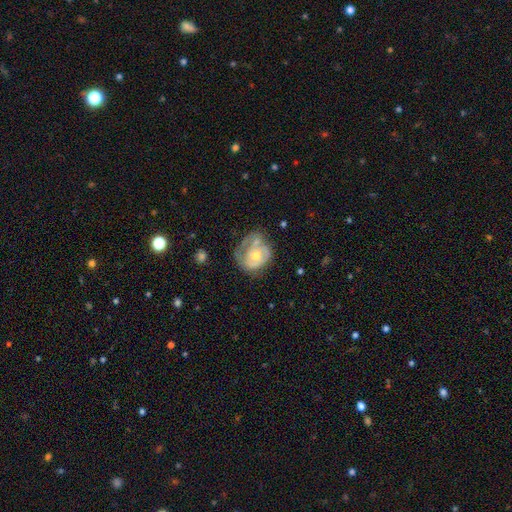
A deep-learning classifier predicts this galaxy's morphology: featured or disk 69%, smooth 24%, star or artifact 7%. Down the decision tree: edge-on disk — no (97%); bar — no (78%); spiral arms — yes (69%); bulge size — moderate (54%); merging — none (44%).